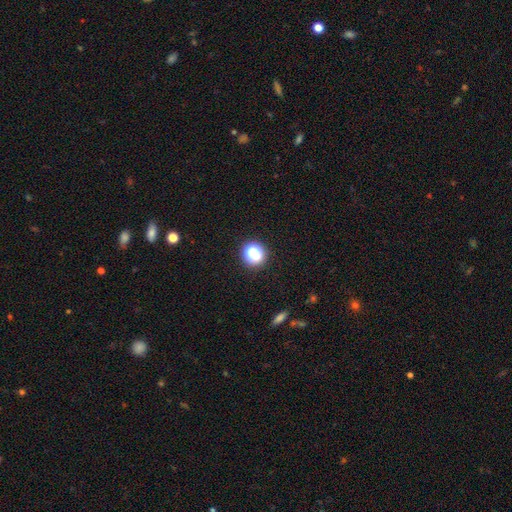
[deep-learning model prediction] Morphology: type=smooth (52%); roundness=round (86%); merging=none (82%).